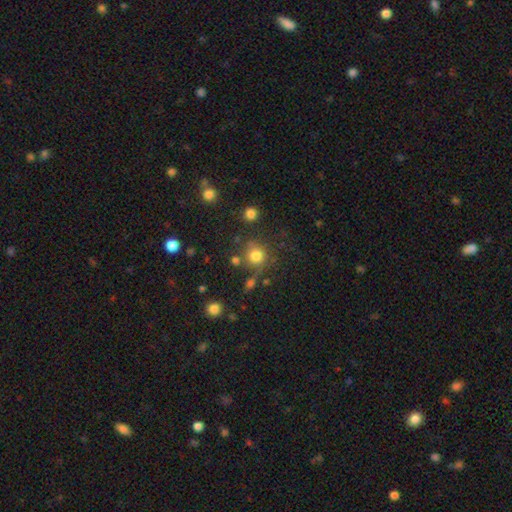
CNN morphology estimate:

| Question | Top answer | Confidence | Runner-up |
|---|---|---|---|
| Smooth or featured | smooth | 79% | star or artifact (14%) |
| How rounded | round | 90% | in between (9%) |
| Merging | none | 71% | minor disturbance (13%) |